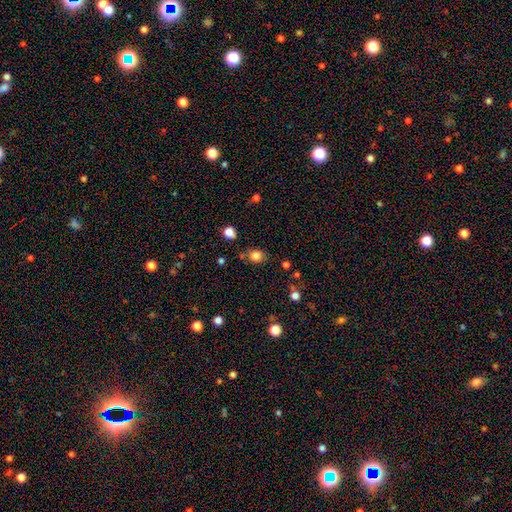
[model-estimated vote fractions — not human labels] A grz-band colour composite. It shows a smooth galaxy with no disk features (82%) that is round (64%). Merging: none (75%).